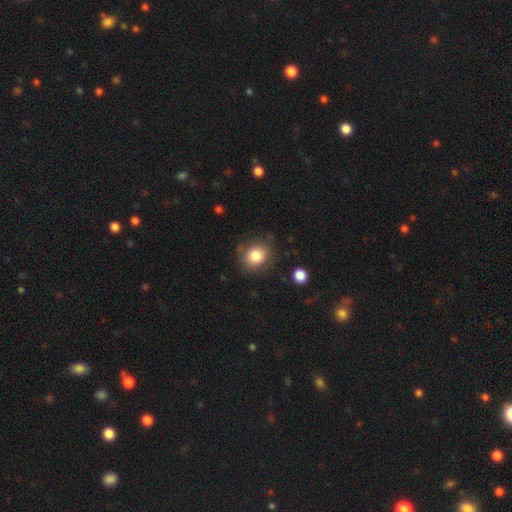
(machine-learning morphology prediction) Smooth or featured: smooth — 82% (star or artifact — 9%)
How rounded: round — 78% (in between — 22%)
Merging: none — 80% (minor disturbance — 13%)